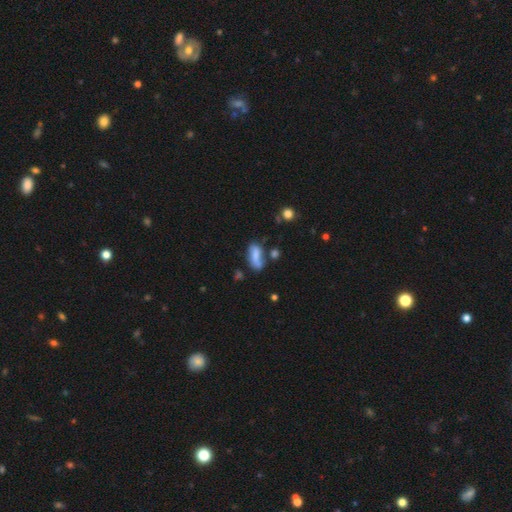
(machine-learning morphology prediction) smooth 68%, featured or disk 22%, star or artifact 10%. Down the decision tree: how rounded — in between (82%); merging — none (43%).